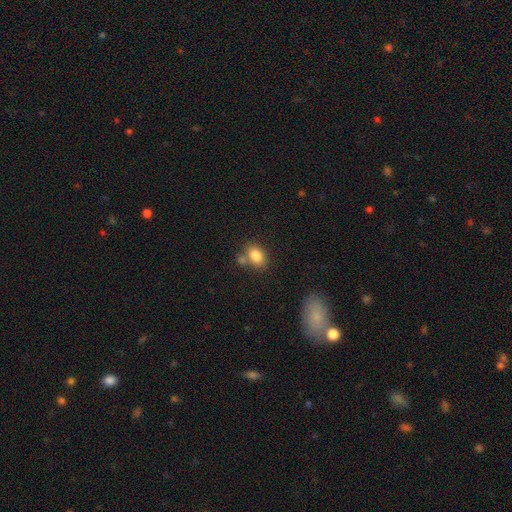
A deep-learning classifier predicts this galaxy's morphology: Smooth or featured?
  - smooth: 83% *
  - star or artifact: 9%
  - featured or disk: 8%
How rounded?
  - in between: 71% *
  - round: 28%
  - cigar-shaped: 1%
Merging?
  - none: 63% *
  - merger: 19%
  - minor disturbance: 14%
  - major disturbance: 4%